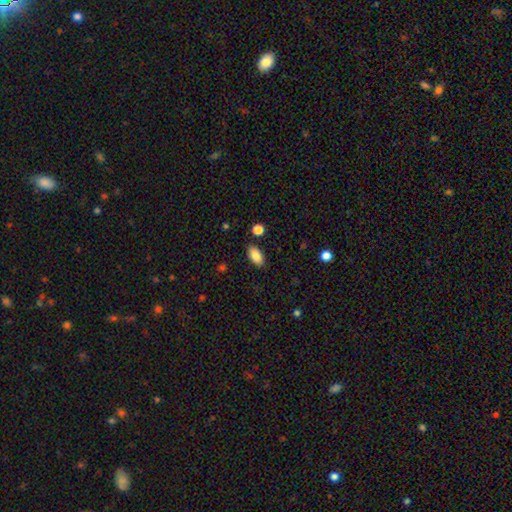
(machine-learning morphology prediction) Smooth or featured? Predicted: smooth (p=0.87). How rounded? Predicted: in between (p=0.93). Merging? Predicted: none (p=0.86).